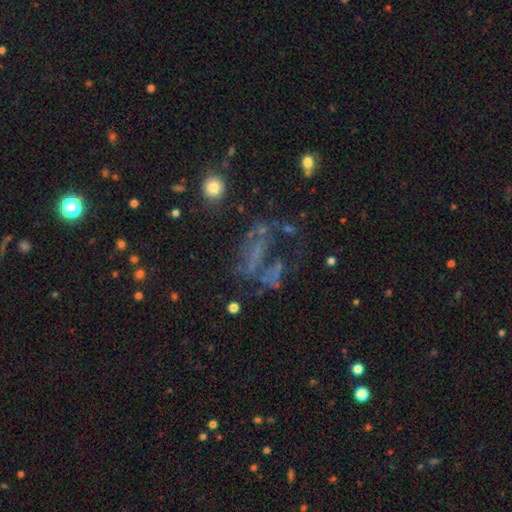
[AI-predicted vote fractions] This is possibly a featured or disk galaxy (47%). Merging: marginally major disturbance (43%).